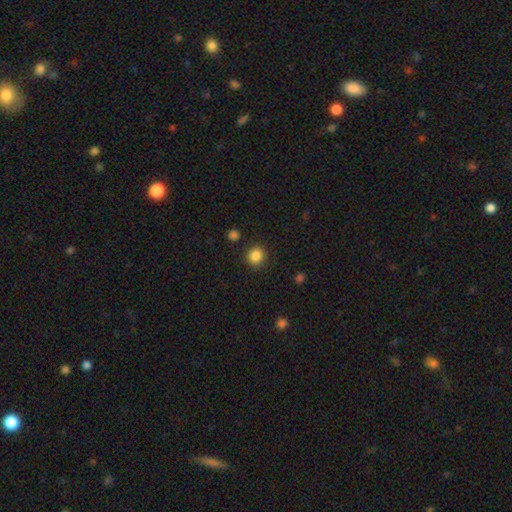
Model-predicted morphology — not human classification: smooth_or_featured: smooth (p=0.86) [alt: star or artifact p=0.11]
how_rounded: round (p=0.85) [alt: in between p=0.14]
merging: none (p=0.88) [alt: minor disturbance p=0.07]